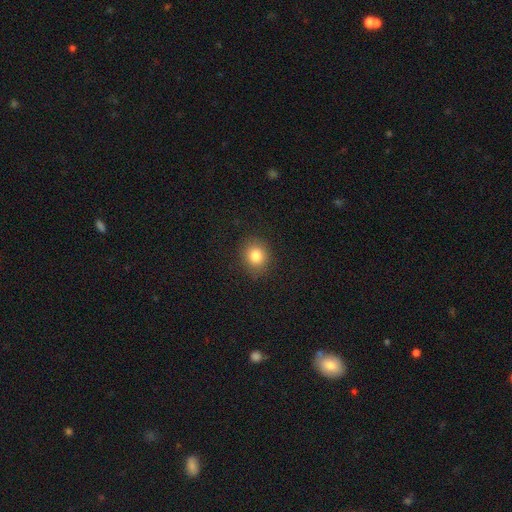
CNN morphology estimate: smooth 82%, star or artifact 11%, featured or disk 7%. Down the decision tree: how rounded — round (75%); merging — none (87%).